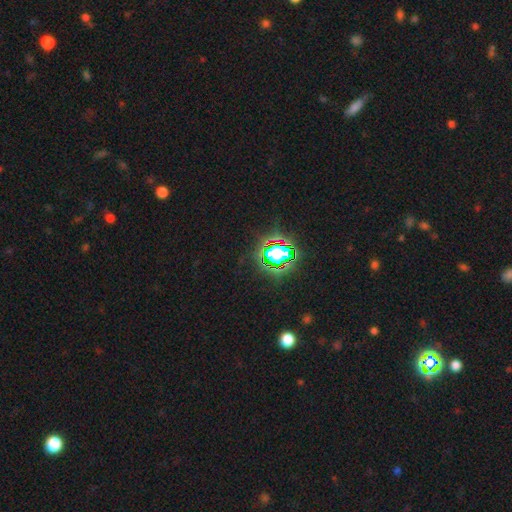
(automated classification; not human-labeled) The model was most divided on "smooth or featured": star or artifact: 79%, smooth: 14%, featured or disk: 7%.